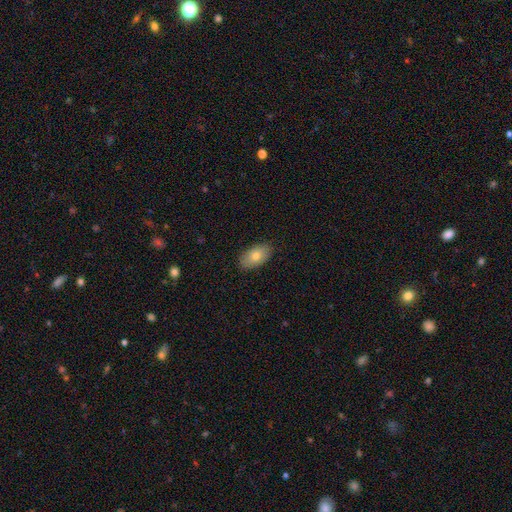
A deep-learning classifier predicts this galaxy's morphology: Smooth or featured: smooth — 75% (featured or disk — 17%)
How rounded: in between — 93% (round — 4%)
Merging: none — 88% (minor disturbance — 9%)